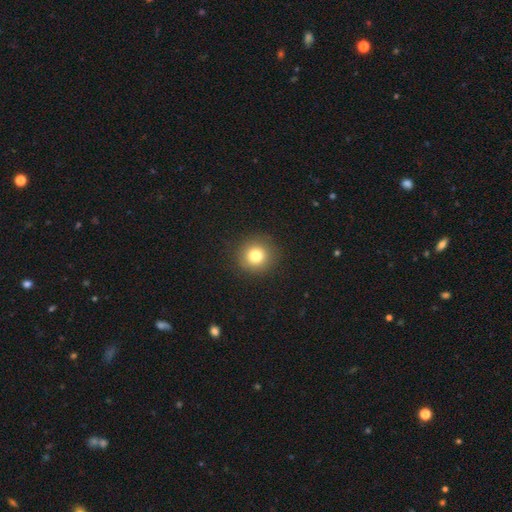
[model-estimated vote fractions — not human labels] Smooth or featured?
  - smooth: 79% *
  - star or artifact: 12%
  - featured or disk: 9%
How rounded?
  - round: 94% *
  - in between: 5%
  - cigar-shaped: 1%
Merging?
  - none: 91% *
  - minor disturbance: 6%
  - major disturbance: 2%
  - merger: 1%